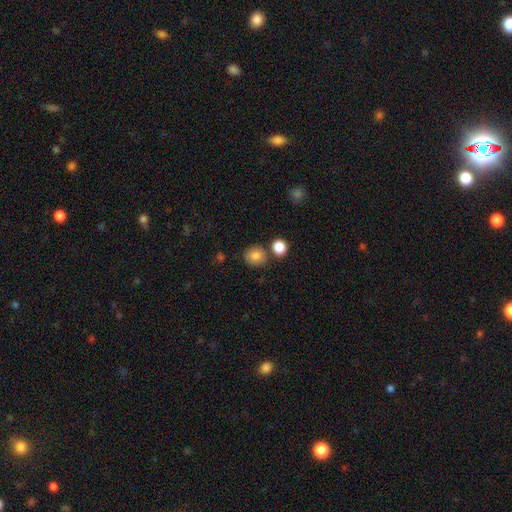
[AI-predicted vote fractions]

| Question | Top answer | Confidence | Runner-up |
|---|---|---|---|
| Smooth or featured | smooth | 83% | star or artifact (10%) |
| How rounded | round | 81% | in between (18%) |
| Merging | none | 75% | merger (12%) |